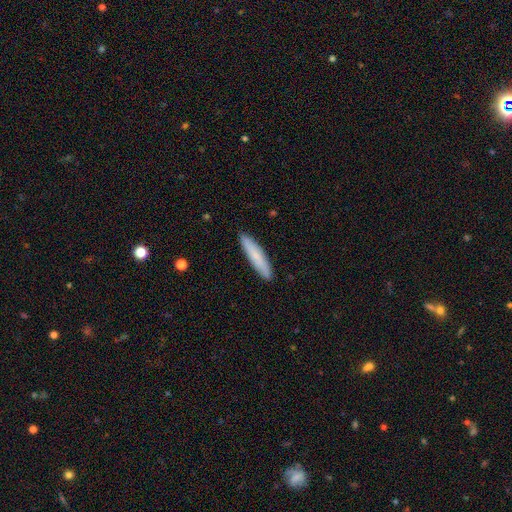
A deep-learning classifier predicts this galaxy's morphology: Smooth or featured?
  - smooth: 73% *
  - featured or disk: 21%
  - star or artifact: 6%
How rounded?
  - cigar-shaped: 86% *
  - in between: 13%
  - round: 1%
Merging?
  - none: 90% *
  - minor disturbance: 8%
  - major disturbance: 1%
  - merger: 1%